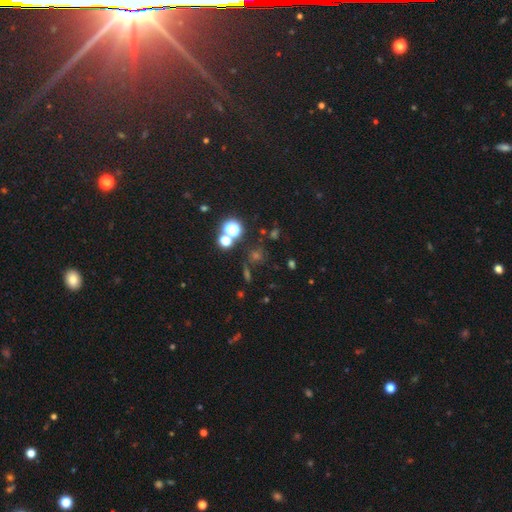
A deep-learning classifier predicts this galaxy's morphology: Smooth or featured? Predicted: star or artifact (p=0.56).